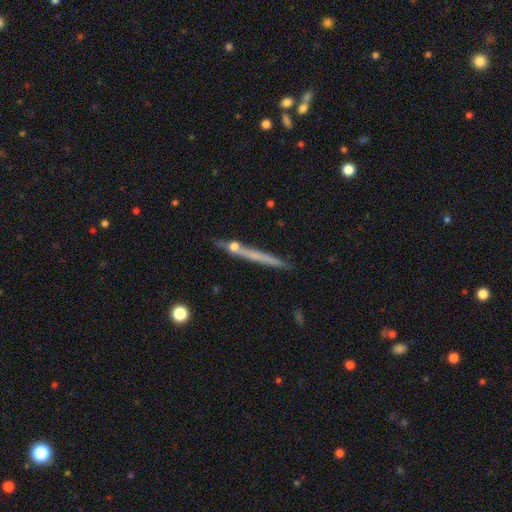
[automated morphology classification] Smooth or featured? Predicted: featured or disk (p=0.50). Edge-on disk? Predicted: yes (p=0.95). Merging? Predicted: none (p=0.80).